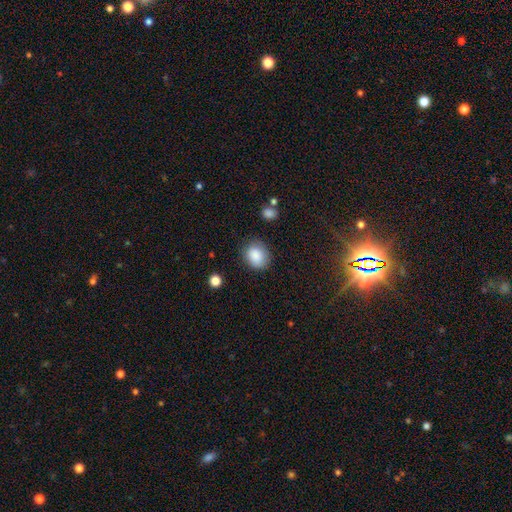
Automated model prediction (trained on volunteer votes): Smooth or featured: smooth — 87% (star or artifact — 8%)
How rounded: round — 58% (in between — 41%)
Merging: none — 78% (minor disturbance — 16%)